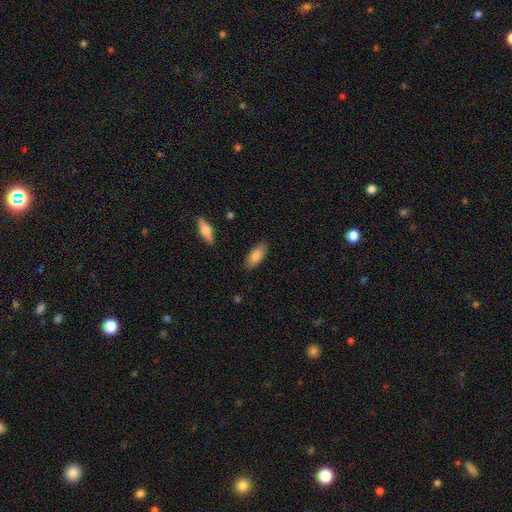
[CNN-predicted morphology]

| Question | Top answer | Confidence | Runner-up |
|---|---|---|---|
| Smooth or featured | smooth | 83% | featured or disk (10%) |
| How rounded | in between | 81% | cigar-shaped (17%) |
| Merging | none | 86% | minor disturbance (11%) |